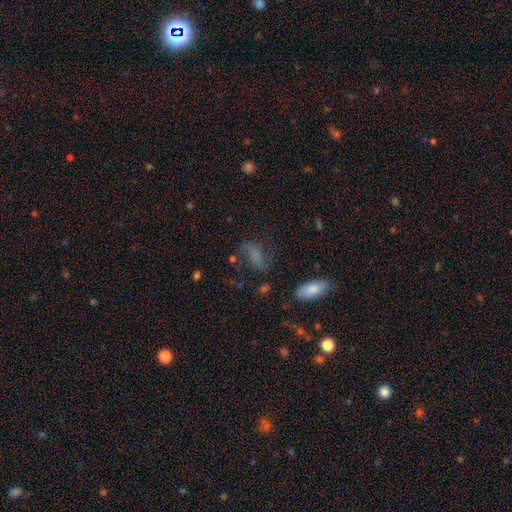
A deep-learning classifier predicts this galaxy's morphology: This is possibly a smooth galaxy (53%). How rounded: likely in between (79%). Merging: possibly none (56%).